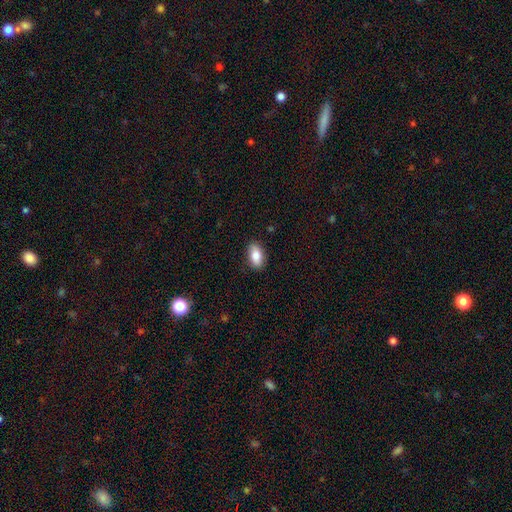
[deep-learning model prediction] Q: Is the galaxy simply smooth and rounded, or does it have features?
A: smooth — 81%.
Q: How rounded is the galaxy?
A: in between — 90%.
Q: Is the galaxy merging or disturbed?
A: none — 87%.